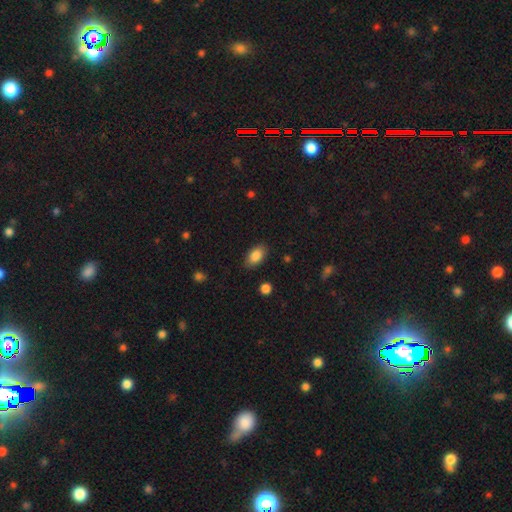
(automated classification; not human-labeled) Smooth or featured? smooth (86%)
How rounded? in between (91%)
Merging? none (85%)